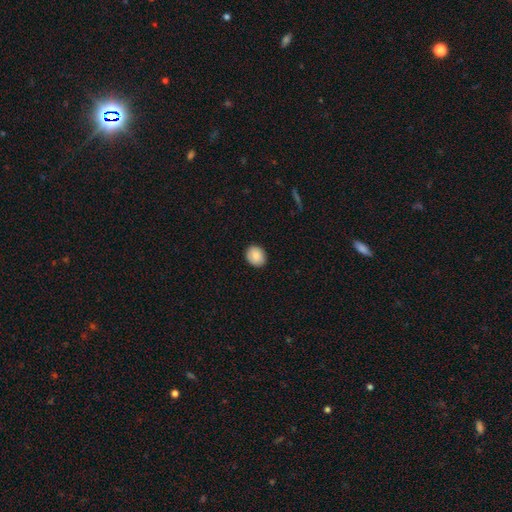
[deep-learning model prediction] Q: Smooth or featured?
A: smooth (85%); runner-up: featured or disk (8%)
Q: How rounded?
A: round (62%); runner-up: in between (37%)
Q: Merging?
A: none (89%); runner-up: minor disturbance (8%)